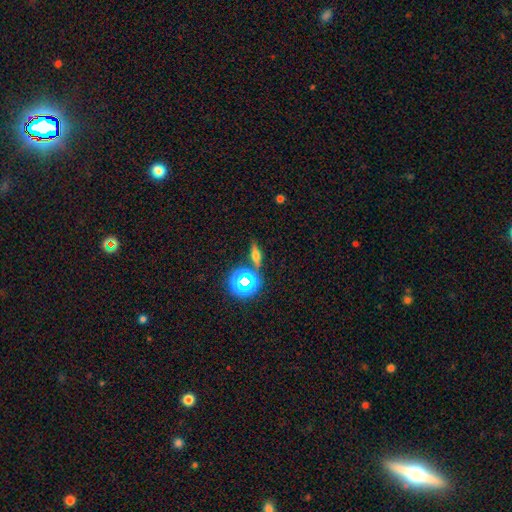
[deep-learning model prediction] Smooth or featured?
  - featured or disk: 38% *
  - smooth: 37%
  - star or artifact: 24%
Merging?
  - none: 80% *
  - minor disturbance: 10%
  - merger: 6%
  - major disturbance: 4%